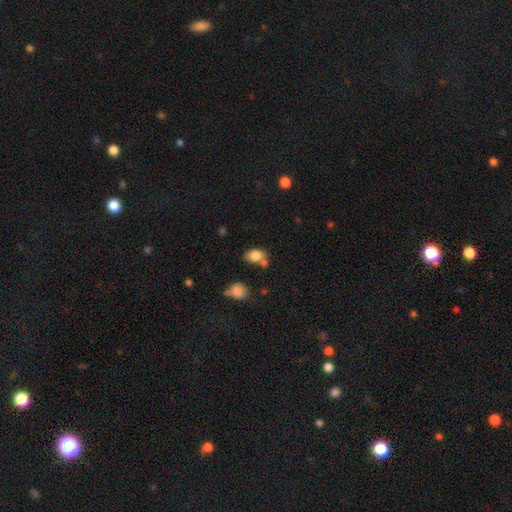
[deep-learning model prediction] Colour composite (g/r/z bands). It shows a smooth galaxy with no disk features (82%) that is in between round and cigar-shaped (74%). Merging: none (56%).